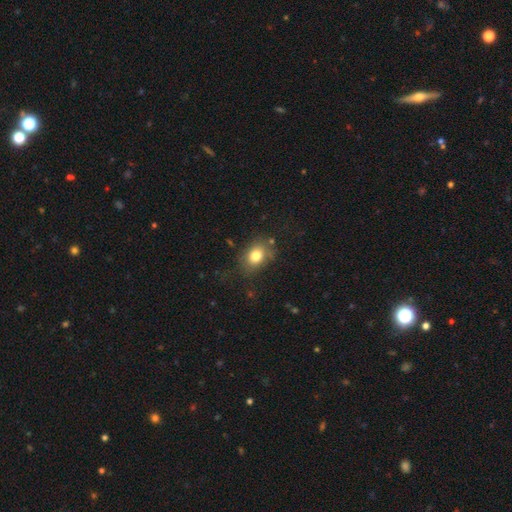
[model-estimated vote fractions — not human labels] The model was most divided on "how rounded": in between: 59%, round: 40%, cigar-shaped: 1%. More confident: smooth or featured — smooth (78%); merging — none (73%).